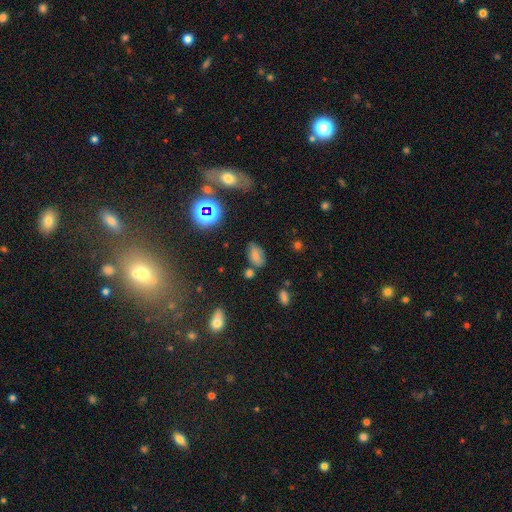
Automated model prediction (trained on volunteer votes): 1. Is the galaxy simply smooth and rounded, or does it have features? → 66% smooth, 20% star or artifact, 14% featured or disk.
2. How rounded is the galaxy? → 90% in between, 8% round, 2% cigar-shaped.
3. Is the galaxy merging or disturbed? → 68% none, 19% minor disturbance, 7% merger, 5% major disturbance.